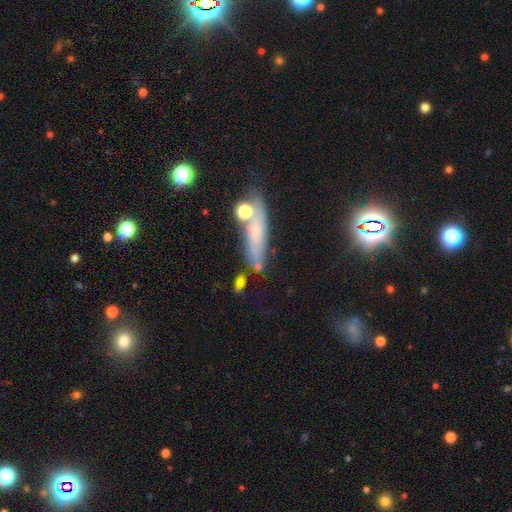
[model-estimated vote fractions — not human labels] The model was most divided on "smooth or featured": smooth: 46%, featured or disk: 33%, star or artifact: 21%. More confident: merging — none (64%).